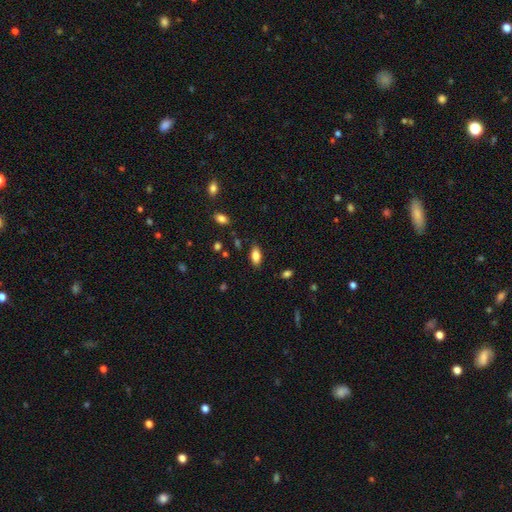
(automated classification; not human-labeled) Morphology: type=smooth (81%); roundness=in between (89%); merging=none (85%).